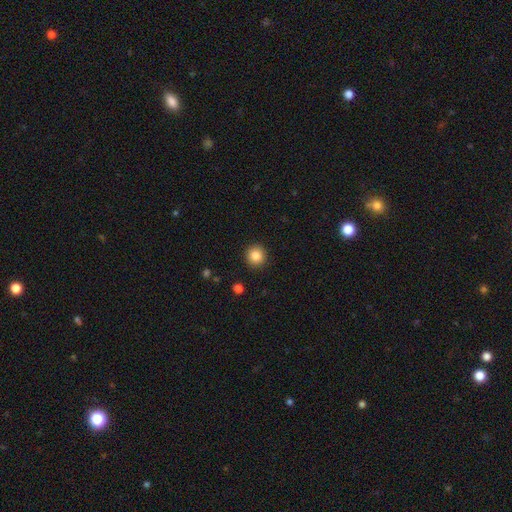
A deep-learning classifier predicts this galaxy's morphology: type=smooth (84%); roundness=round (93%); merging=none (92%).